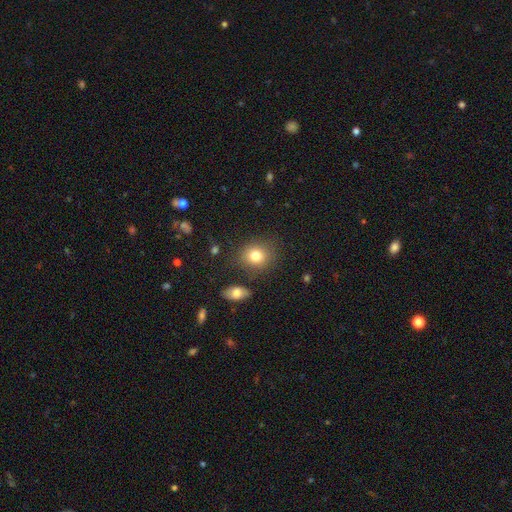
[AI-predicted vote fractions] smooth_or_featured: smooth (p=0.80) [alt: star or artifact p=0.10]
how_rounded: round (p=0.69) [alt: in between p=0.30]
merging: none (p=0.80) [alt: minor disturbance p=0.11]